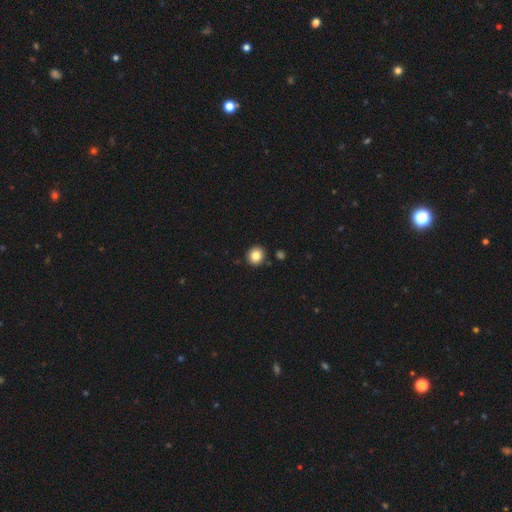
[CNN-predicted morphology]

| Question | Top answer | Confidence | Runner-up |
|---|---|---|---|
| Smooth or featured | smooth | 85% | star or artifact (10%) |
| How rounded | round | 86% | in between (13%) |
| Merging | none | 89% | minor disturbance (6%) |